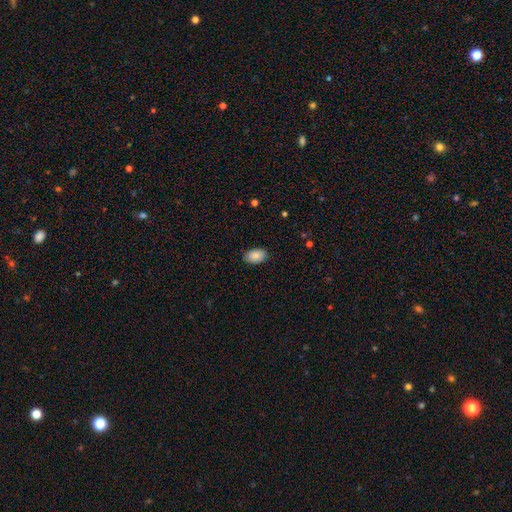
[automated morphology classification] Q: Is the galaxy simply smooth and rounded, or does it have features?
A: smooth — 88%.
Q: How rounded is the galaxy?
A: in between — 92%.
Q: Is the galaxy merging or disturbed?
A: none — 87%.